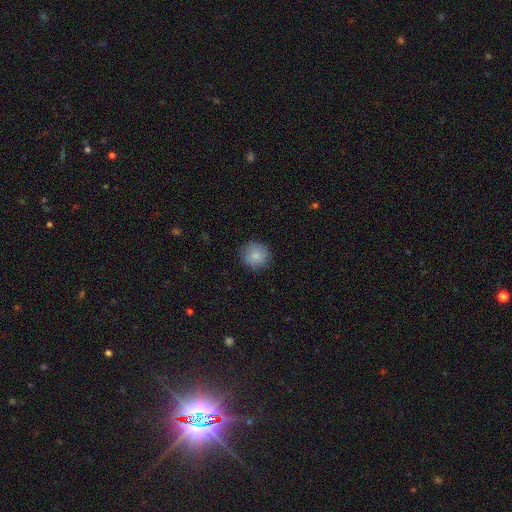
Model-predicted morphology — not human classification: A smooth galaxy with no disk features (84%) that is round (90%). Merging: none (85%).